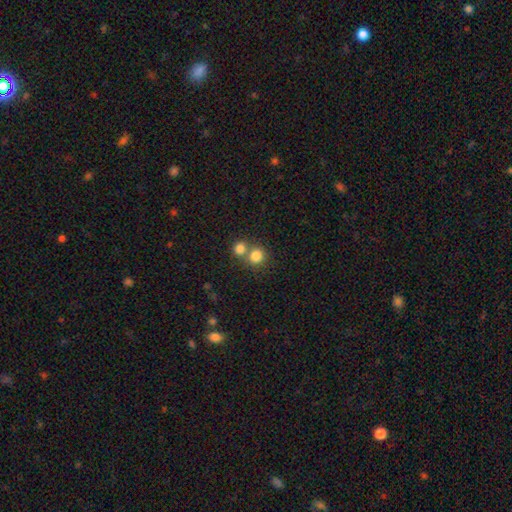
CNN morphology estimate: Smooth or featured? smooth (82%)
How rounded? round (87%)
Merging? none (52%)